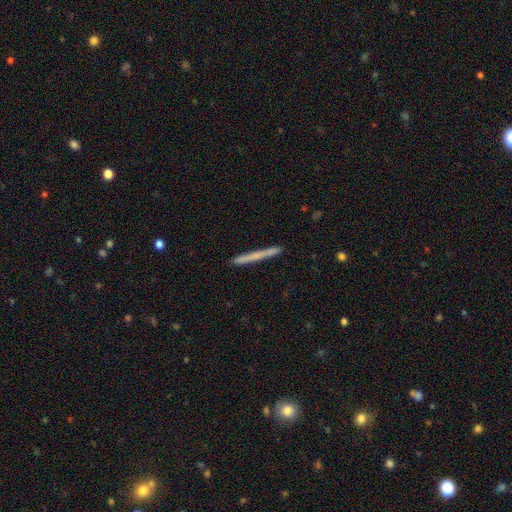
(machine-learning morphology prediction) The model was most divided on "smooth or featured": smooth: 58%, featured or disk: 37%, star or artifact: 6%. More confident: how rounded — cigar-shaped (97%); merging — none (91%).